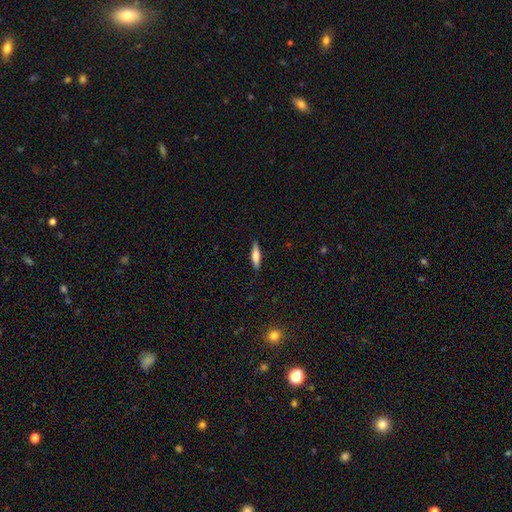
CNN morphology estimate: Smooth or featured: smooth — 64% (featured or disk — 29%)
How rounded: cigar-shaped — 72% (in between — 26%)
Merging: none — 88% (minor disturbance — 9%)